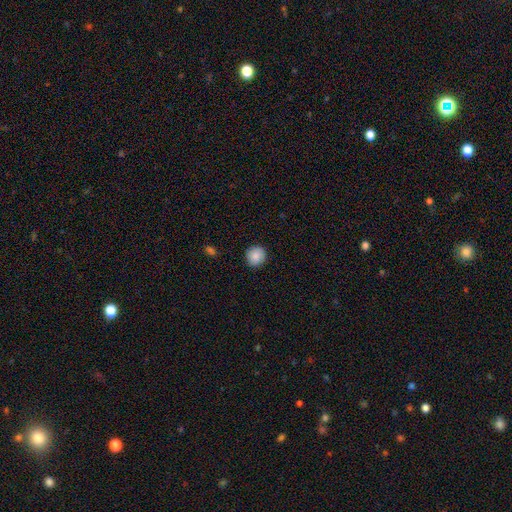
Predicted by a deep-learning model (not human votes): Smooth or featured?
  - smooth: 87% *
  - star or artifact: 8%
  - featured or disk: 5%
How rounded?
  - round: 91% *
  - in between: 8%
  - cigar-shaped: 1%
Merging?
  - none: 90% *
  - minor disturbance: 7%
  - major disturbance: 2%
  - merger: 1%